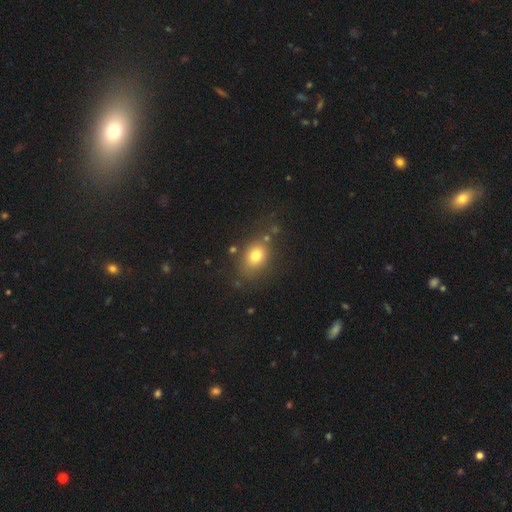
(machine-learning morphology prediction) This is likely a smooth galaxy (77%). How rounded: likely in between (61%). Merging: likely none (74%).